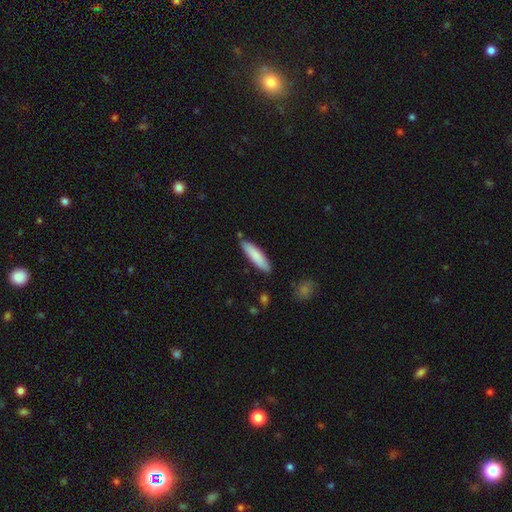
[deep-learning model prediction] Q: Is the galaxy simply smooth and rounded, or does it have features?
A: smooth — 85%.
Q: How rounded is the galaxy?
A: cigar-shaped — 71%.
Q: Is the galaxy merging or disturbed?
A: none — 84%.